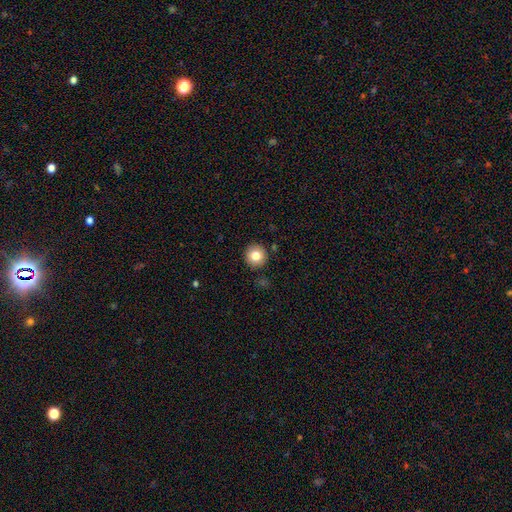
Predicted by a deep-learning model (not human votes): This appears to be a smooth galaxy with no disk features (81%) that is round (95%). Merging: none (91%).